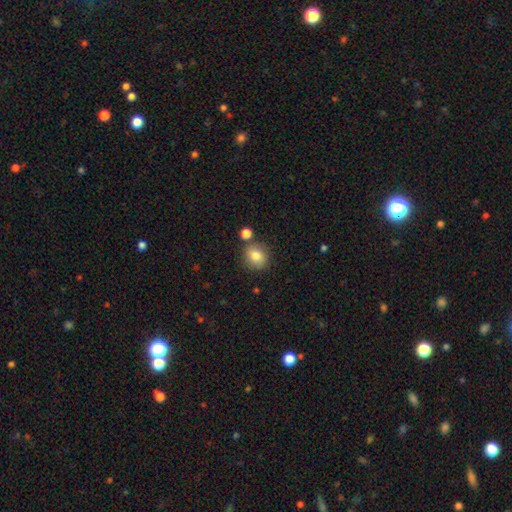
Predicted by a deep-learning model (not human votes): smooth_or_featured: smooth (p=0.82) [alt: star or artifact p=0.10]
how_rounded: round (p=0.80) [alt: in between p=0.19]
merging: none (p=0.78) [alt: minor disturbance p=0.10]